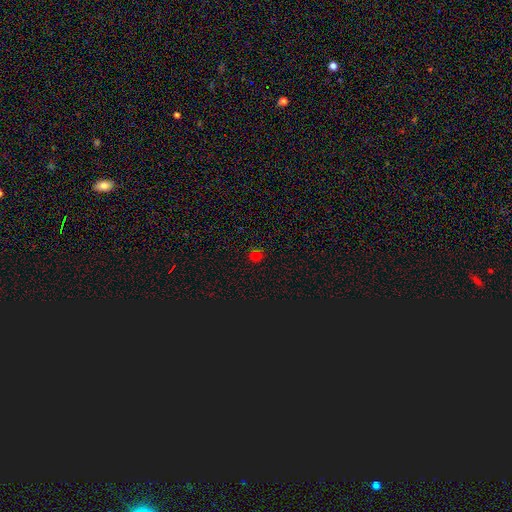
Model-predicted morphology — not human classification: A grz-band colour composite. It shows a smooth galaxy with no disk features (70%) that is round (91%). Merging: none (87%).